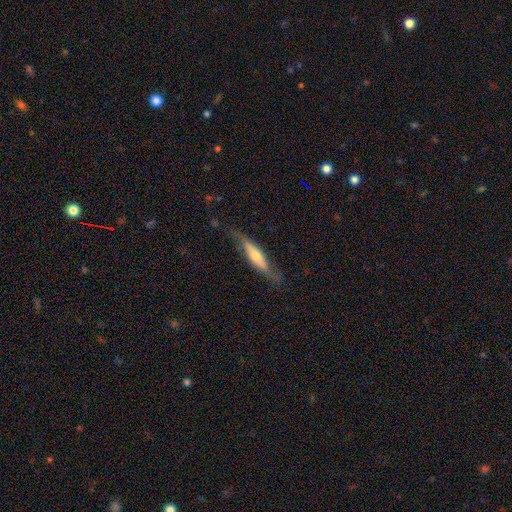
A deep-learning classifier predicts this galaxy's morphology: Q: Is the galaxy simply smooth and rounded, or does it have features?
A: featured or disk — 53%.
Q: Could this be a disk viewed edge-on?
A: yes — 70%.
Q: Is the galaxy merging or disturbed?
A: none — 70%.